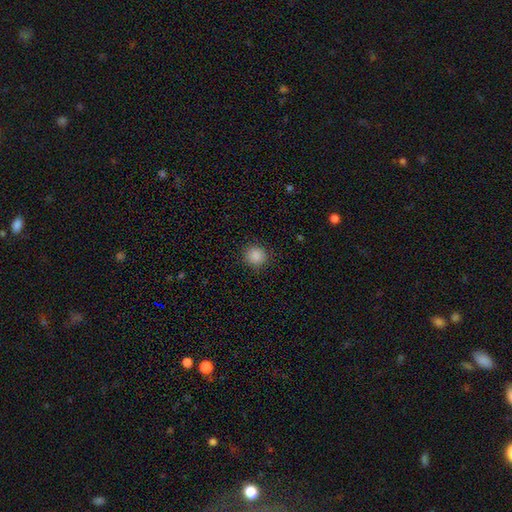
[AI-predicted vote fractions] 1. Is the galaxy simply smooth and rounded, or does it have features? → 87% smooth, 10% star or artifact, 3% featured or disk.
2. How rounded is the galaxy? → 92% round, 7% in between, 1% cigar-shaped.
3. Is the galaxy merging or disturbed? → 90% none, 7% minor disturbance, 2% major disturbance, 1% merger.